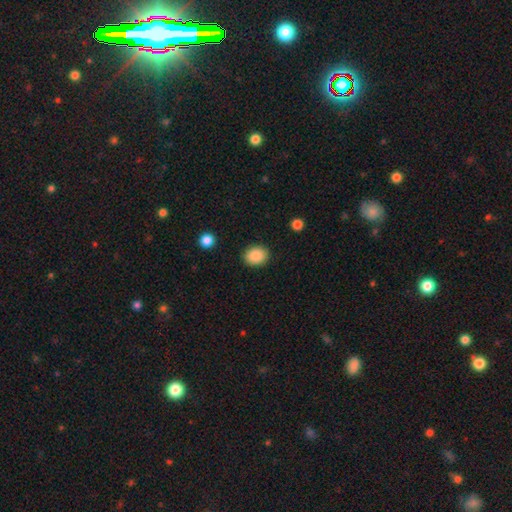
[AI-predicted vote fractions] Smooth or featured?
  - smooth: 89% *
  - star or artifact: 8%
  - featured or disk: 3%
How rounded?
  - round: 54% *
  - in between: 45%
  - cigar-shaped: 1%
Merging?
  - none: 89% *
  - minor disturbance: 8%
  - major disturbance: 2%
  - merger: 1%